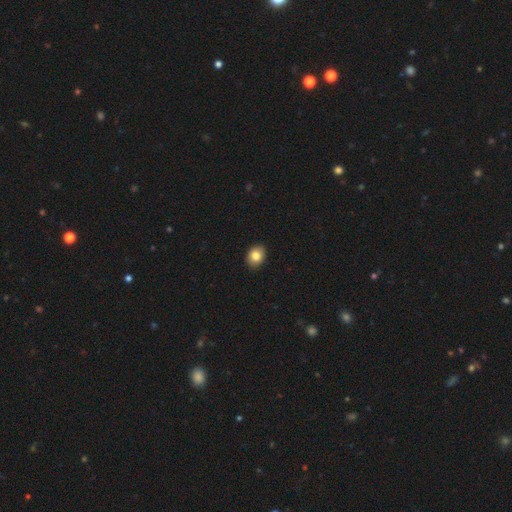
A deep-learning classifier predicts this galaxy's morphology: Q: Smooth or featured?
A: smooth (85%); runner-up: star or artifact (8%)
Q: How rounded?
A: in between (58%); runner-up: round (41%)
Q: Merging?
A: none (89%); runner-up: minor disturbance (8%)